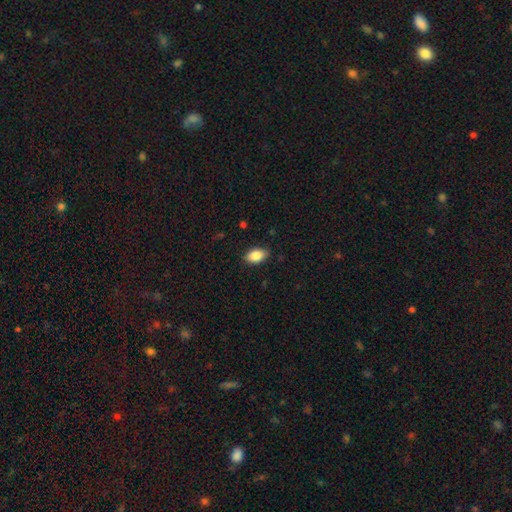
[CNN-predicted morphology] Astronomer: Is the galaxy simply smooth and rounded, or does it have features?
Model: smooth — 87%.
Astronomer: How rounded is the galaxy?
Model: in between — 89%.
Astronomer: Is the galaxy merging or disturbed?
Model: none — 85%.